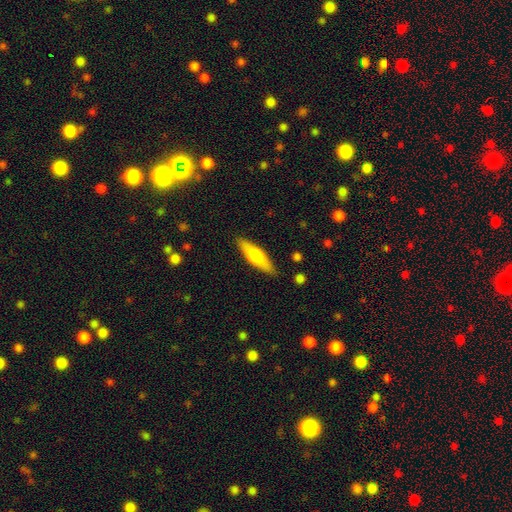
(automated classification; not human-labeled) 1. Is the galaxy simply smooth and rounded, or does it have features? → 61% smooth, 33% featured or disk, 6% star or artifact.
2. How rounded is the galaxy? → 63% cigar-shaped, 35% in between, 2% round.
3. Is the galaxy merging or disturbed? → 87% none, 10% minor disturbance, 2% major disturbance, 1% merger.